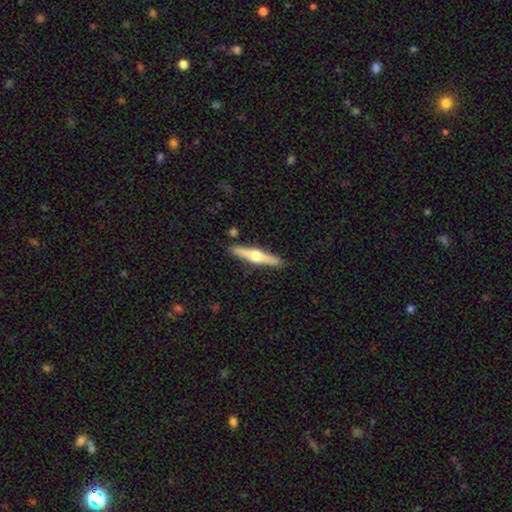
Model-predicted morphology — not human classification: Smooth or featured? Predicted: featured or disk (p=0.67). Edge-on disk? Predicted: yes (p=0.97). Edge-on bulge? Predicted: rounded (p=0.95). Merging? Predicted: none (p=0.89).